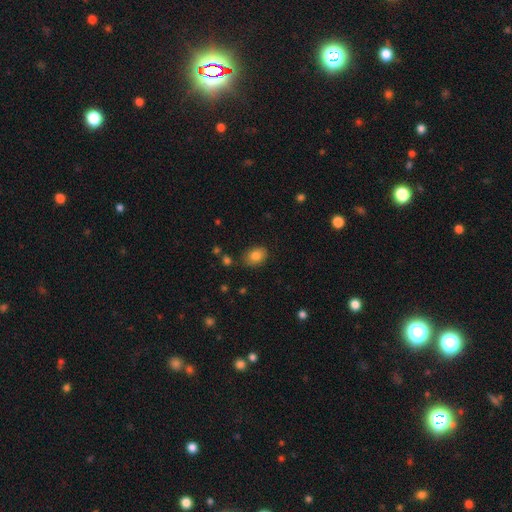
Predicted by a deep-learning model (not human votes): smooth_or_featured: smooth (p=0.83) [alt: star or artifact p=0.09]
how_rounded: in between (p=0.71) [alt: round p=0.28]
merging: none (p=0.79) [alt: minor disturbance p=0.15]